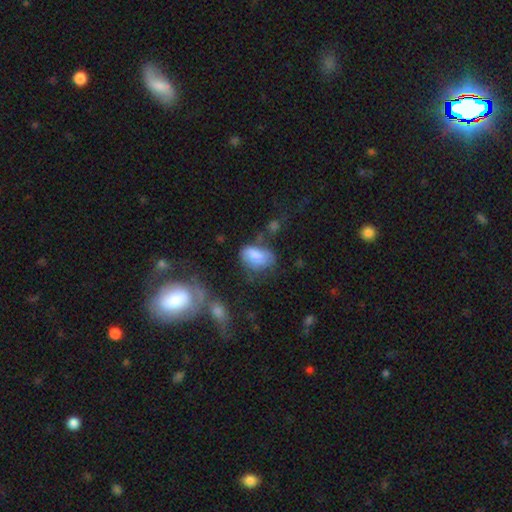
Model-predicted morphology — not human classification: A smooth galaxy with no disk features (74%) that is in between round and cigar-shaped (87%).

Vote fractions:
- Smooth or featured? smooth: 74% / featured or disk: 18% / star or artifact: 8%
- How rounded? in between: 87% / round: 11% / cigar-shaped: 2%
- Merging? none: 39% / minor disturbance: 31% / major disturbance: 20% / merger: 9%